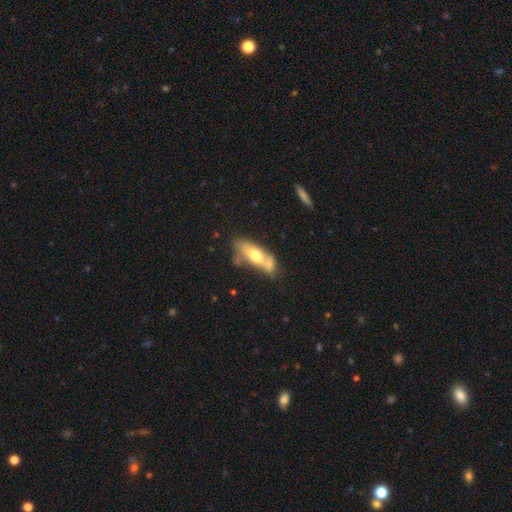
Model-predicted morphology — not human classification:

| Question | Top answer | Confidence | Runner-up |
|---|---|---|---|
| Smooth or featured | smooth | 50% | featured or disk (43%) |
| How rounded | in between | 67% | cigar-shaped (30%) |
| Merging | none | 34% | merger (32%) |